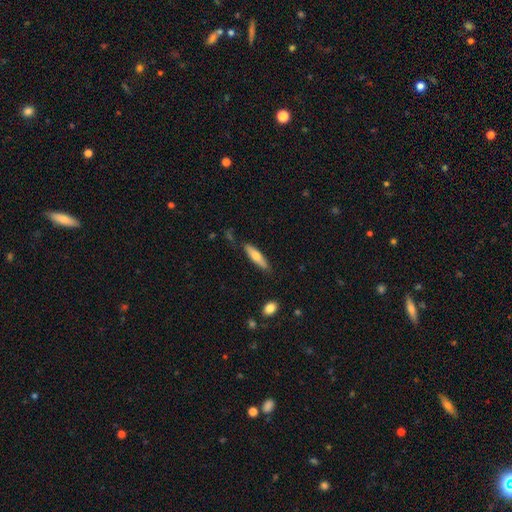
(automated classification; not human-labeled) The model was most divided on "smooth or featured": smooth: 63%, featured or disk: 32%, star or artifact: 6%. More confident: merging — none (80%); how rounded — cigar-shaped (75%).